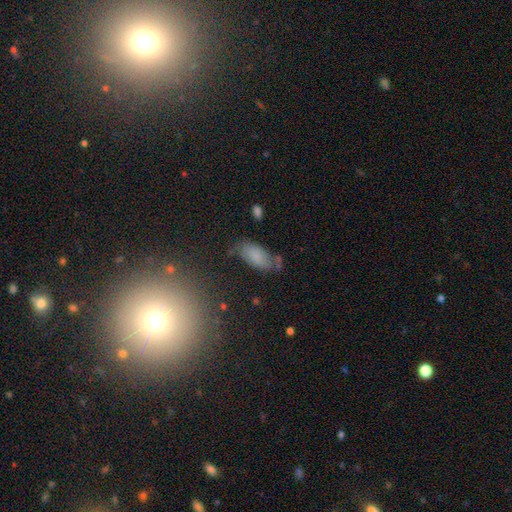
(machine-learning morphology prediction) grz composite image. It shows a smooth galaxy with no disk features (75%) that is in between round and cigar-shaped (90%). Merging: none (65%).